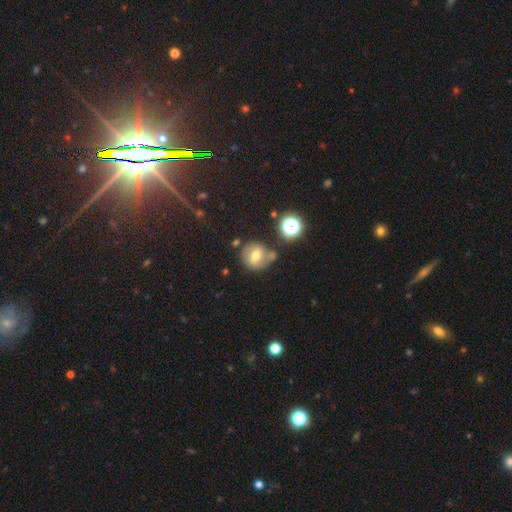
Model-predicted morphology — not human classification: This is possibly a smooth galaxy (56%). How rounded: clearly round (84%). Merging: possibly none (59%).